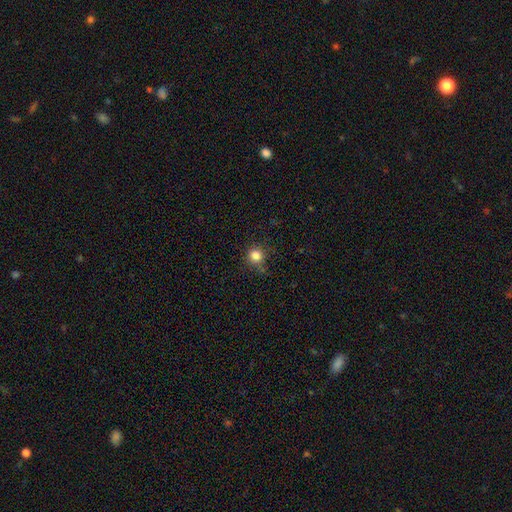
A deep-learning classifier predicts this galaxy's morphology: Smooth or featured: smooth — 82% (star or artifact — 13%)
How rounded: round — 92% (in between — 7%)
Merging: none — 79% (minor disturbance — 15%)